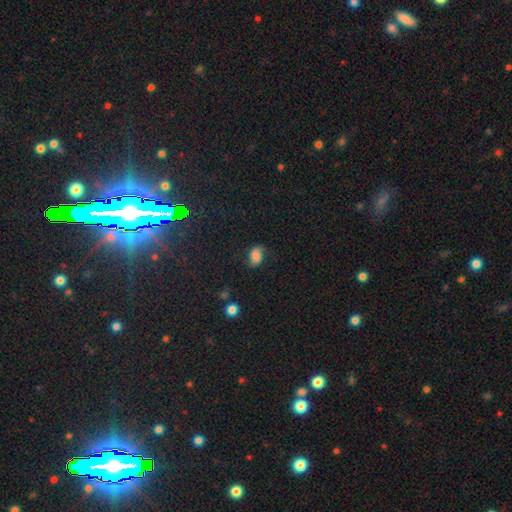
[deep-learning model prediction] Overall: smooth (65%). How rounded: in between (84%). Merging: none (62%; minor disturbance 26%).